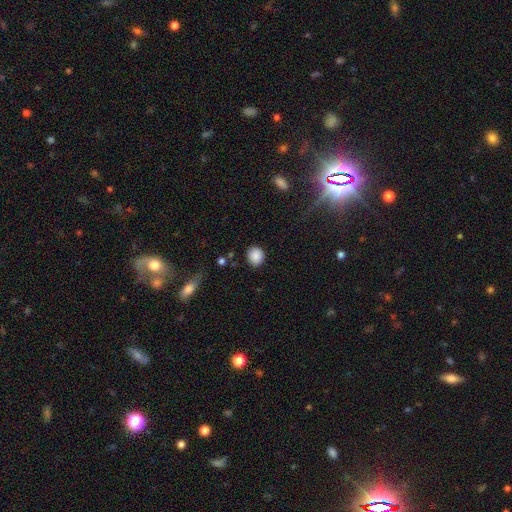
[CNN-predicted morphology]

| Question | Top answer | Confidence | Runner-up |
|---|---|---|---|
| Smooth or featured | smooth | 87% | star or artifact (9%) |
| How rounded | round | 81% | in between (18%) |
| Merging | none | 87% | minor disturbance (9%) |